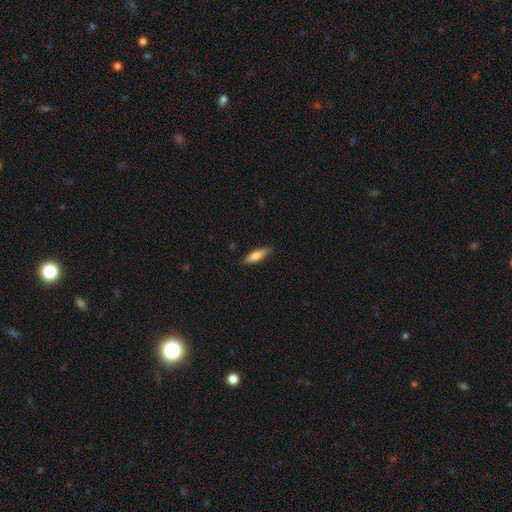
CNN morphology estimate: Overall: smooth (67%). How rounded: cigar-shaped (60%; in between 38%). Merging: none (88%).